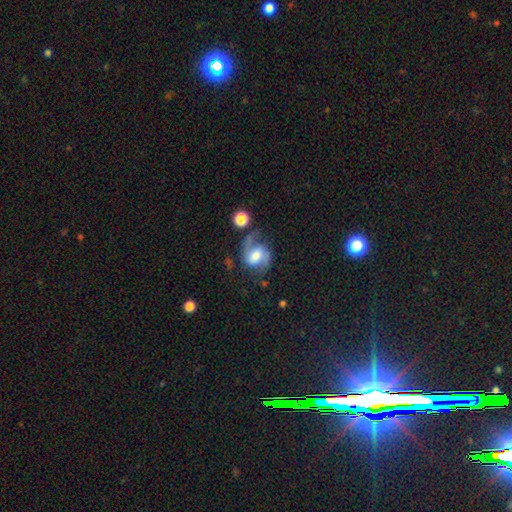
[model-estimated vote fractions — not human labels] This appears to be a featured or disk galaxy (74%) with a weak bar (46%), 2 (86%) medium (49%) spiral arms (93%) and a moderate central bulge (52%). Merging: none (59%).